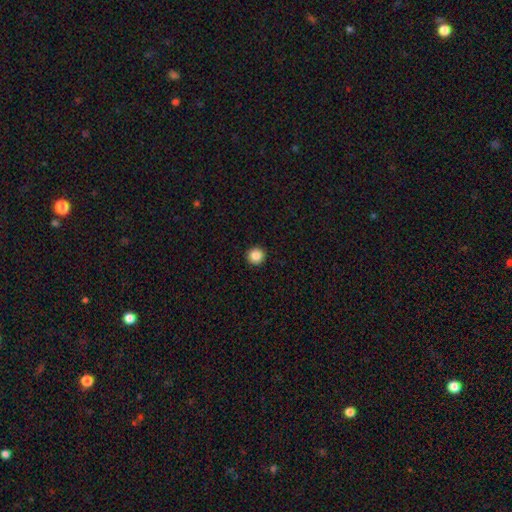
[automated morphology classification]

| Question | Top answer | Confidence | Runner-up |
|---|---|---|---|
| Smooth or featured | smooth | 87% | star or artifact (10%) |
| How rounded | round | 94% | in between (5%) |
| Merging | none | 93% | minor disturbance (4%) |